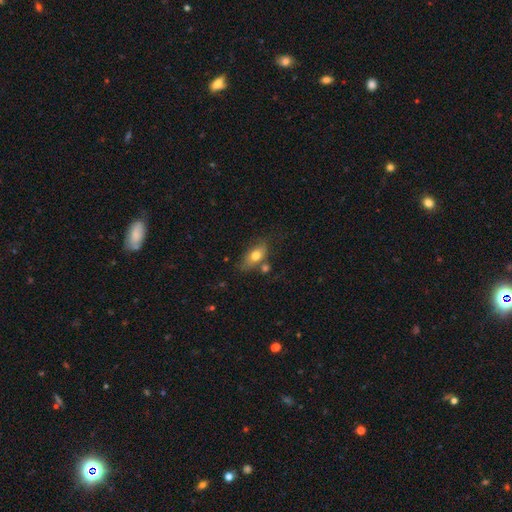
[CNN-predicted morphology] type=smooth (72%); roundness=in between (82%); merging=none (61%).